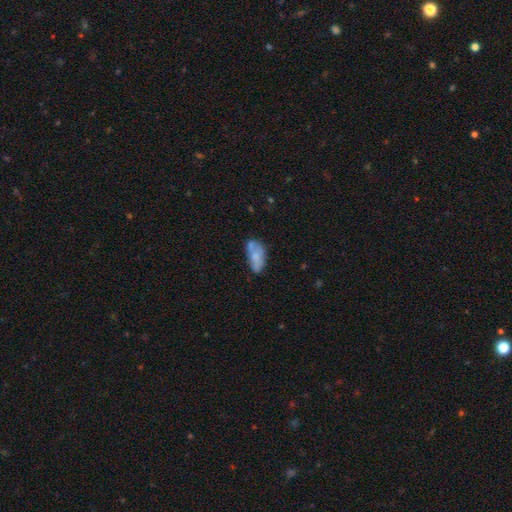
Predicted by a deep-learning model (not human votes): The model was most divided on "merging": none: 44%, minor disturbance: 26%, merger: 19%, major disturbance: 10%. More confident: how rounded — in between (90%); smooth or featured — smooth (63%).